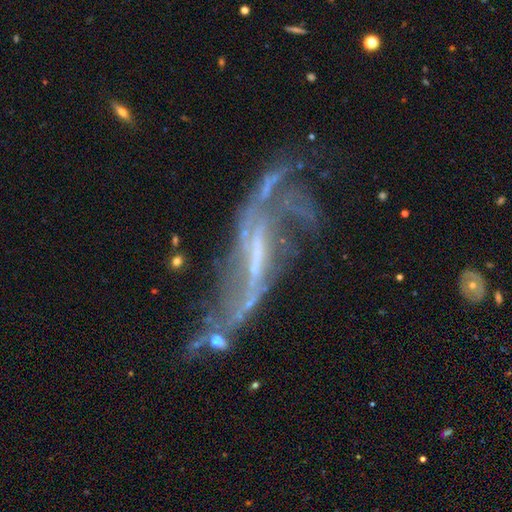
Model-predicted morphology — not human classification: This is clearly a featured or disk galaxy (81%). It is clearly not viewed edge-on (84%). Bar: marginally strong (42%). Spiral arm pattern: clearly yes (84%). Spiral arm count: marginally 2 (41%). Spiral winding: likely loose (73%). Central bulge: marginally small (42%). Merging: marginally none (38%).